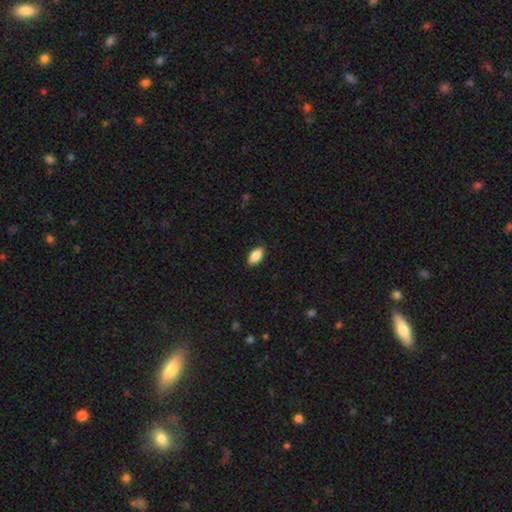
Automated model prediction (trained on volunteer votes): Smooth or featured? smooth (88%)
How rounded? in between (93%)
Merging? none (88%)